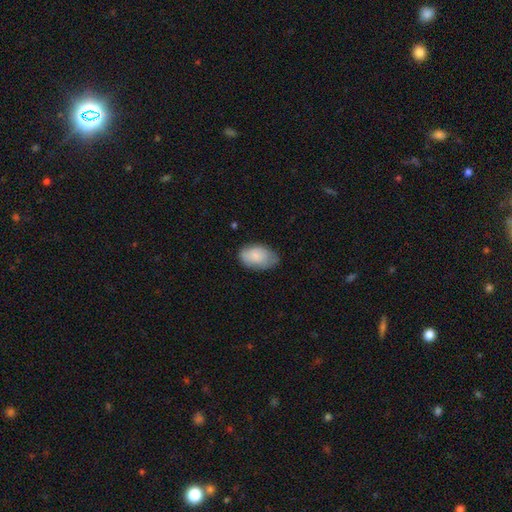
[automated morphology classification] smooth 82%, featured or disk 12%, star or artifact 6%. Down the decision tree: how rounded — in between (92%); merging — none (64%).